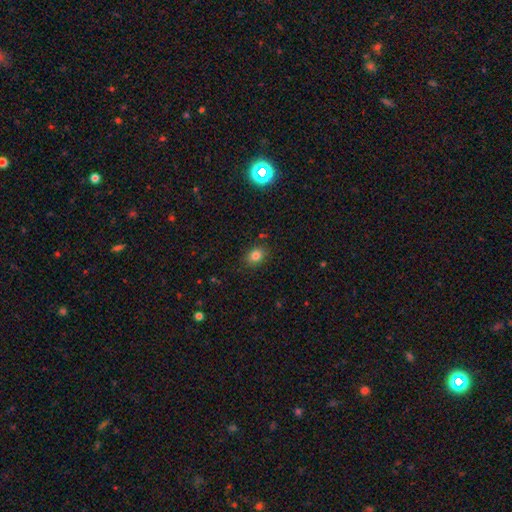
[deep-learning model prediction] Smooth or featured?
  - smooth: 81% *
  - star or artifact: 12%
  - featured or disk: 6%
How rounded?
  - in between: 57% *
  - round: 42%
  - cigar-shaped: 1%
Merging?
  - none: 85% *
  - minor disturbance: 11%
  - major disturbance: 3%
  - merger: 2%